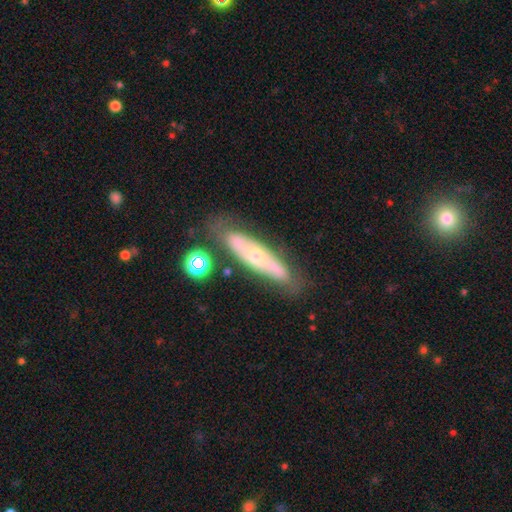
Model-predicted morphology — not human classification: This appears to be a featured or disk galaxy (67%). Merging: none (72%).